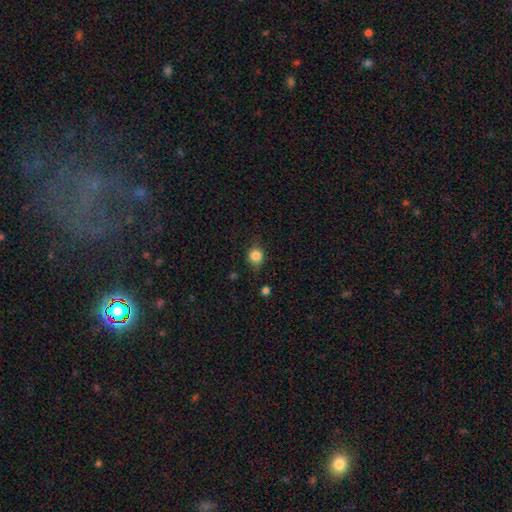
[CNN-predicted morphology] Overall: smooth (83%). How rounded: round (73%). Merging: none (71%).